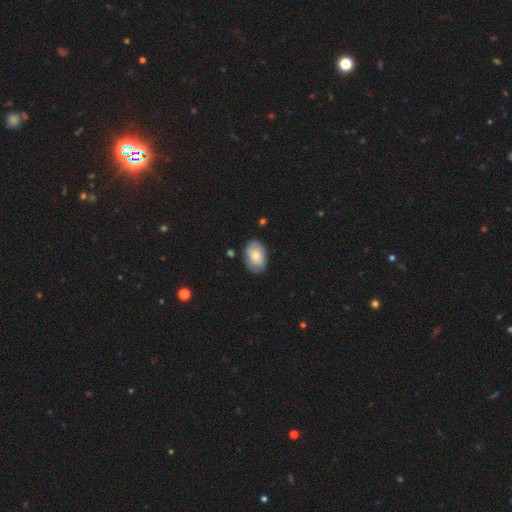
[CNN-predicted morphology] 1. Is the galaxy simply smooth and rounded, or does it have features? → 72% smooth, 22% featured or disk, 6% star or artifact.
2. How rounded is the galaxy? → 87% in between, 11% round, 1% cigar-shaped.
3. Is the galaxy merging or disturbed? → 76% none, 18% minor disturbance, 4% major disturbance, 2% merger.